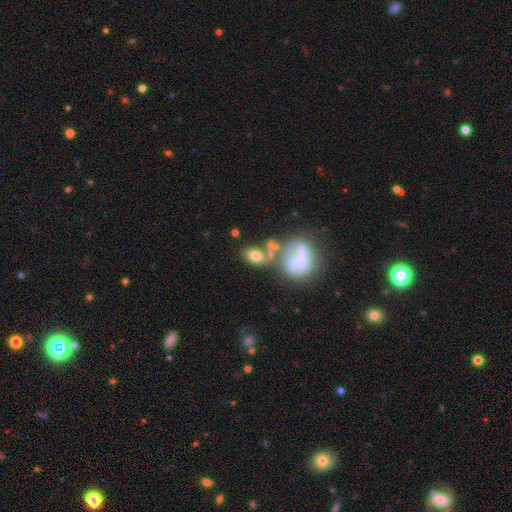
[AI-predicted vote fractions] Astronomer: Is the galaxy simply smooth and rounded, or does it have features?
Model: smooth — 67%.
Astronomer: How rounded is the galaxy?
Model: in between — 65%.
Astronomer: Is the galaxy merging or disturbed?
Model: none — 44% (runner-up: merger, 28%).